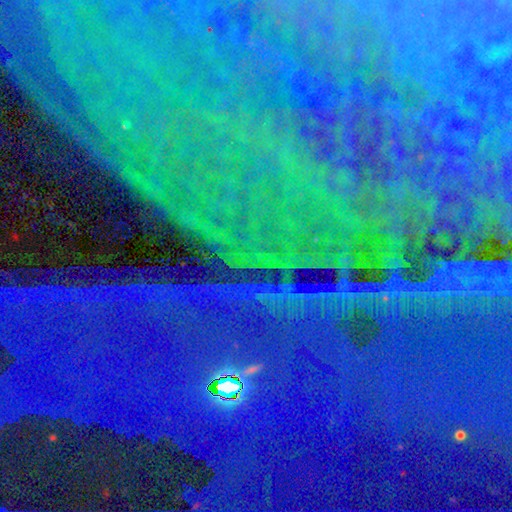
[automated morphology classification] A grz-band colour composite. It shows a star or artifact, not a galaxy (85%).